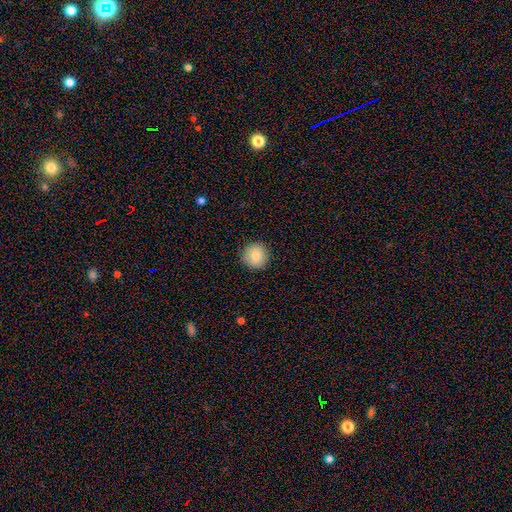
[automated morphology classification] The model was most divided on "smooth or featured": smooth: 82%, star or artifact: 9%, featured or disk: 9%. More confident: how rounded — round (95%); merging — none (91%).